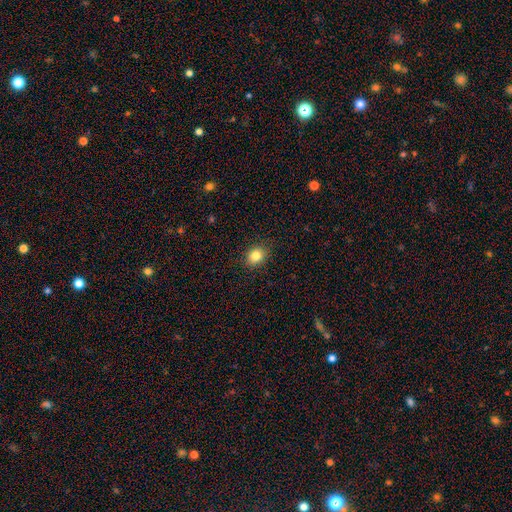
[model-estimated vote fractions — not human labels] Q: Smooth or featured?
A: smooth (83%); runner-up: star or artifact (11%)
Q: How rounded?
A: round (58%); runner-up: in between (42%)
Q: Merging?
A: none (88%); runner-up: minor disturbance (9%)